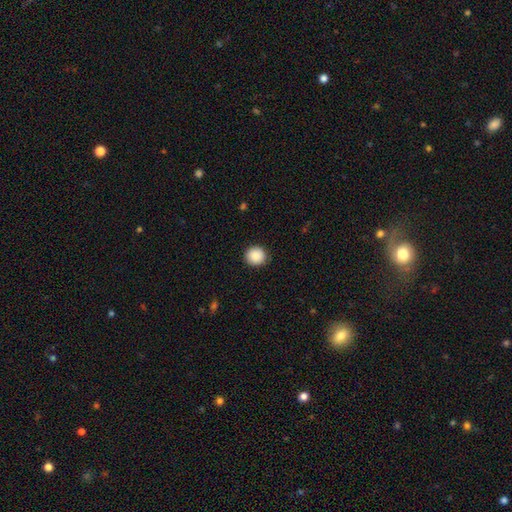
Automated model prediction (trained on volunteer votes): Overall: smooth (89%). How rounded: round (89%). Merging: none (90%).